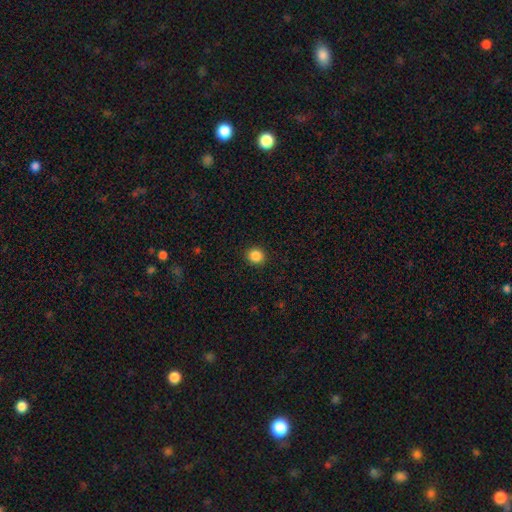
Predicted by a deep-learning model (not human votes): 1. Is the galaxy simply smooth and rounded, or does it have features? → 87% smooth, 10% star or artifact, 3% featured or disk.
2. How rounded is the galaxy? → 89% round, 10% in between, 1% cigar-shaped.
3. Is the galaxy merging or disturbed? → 91% none, 6% minor disturbance, 2% major disturbance, 1% merger.